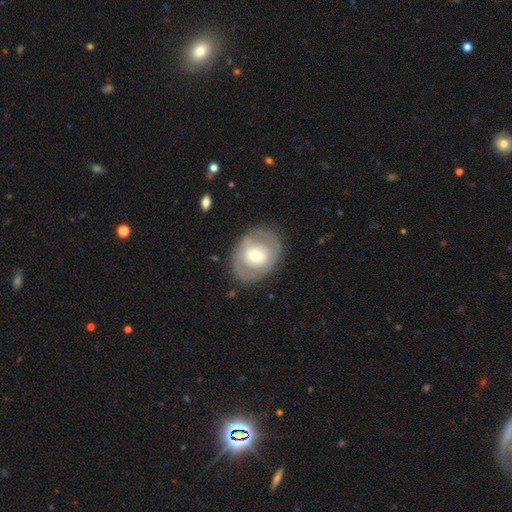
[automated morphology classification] Smooth or featured? featured or disk (51%)
Edge-on disk? no (94%)
Merging? none (80%)